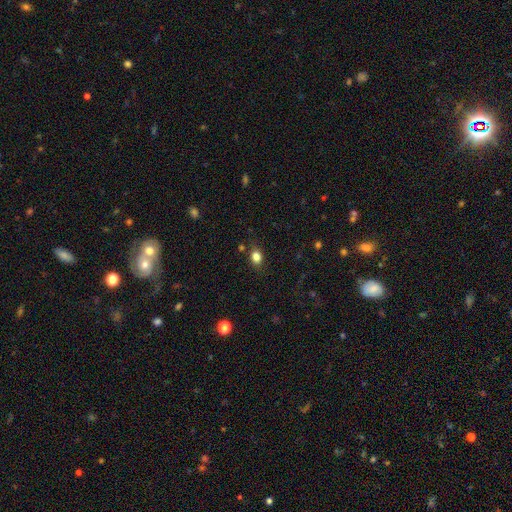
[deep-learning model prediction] A smooth galaxy with no disk features (82%) that is in between round and cigar-shaped (63%). Merging: none (79%).